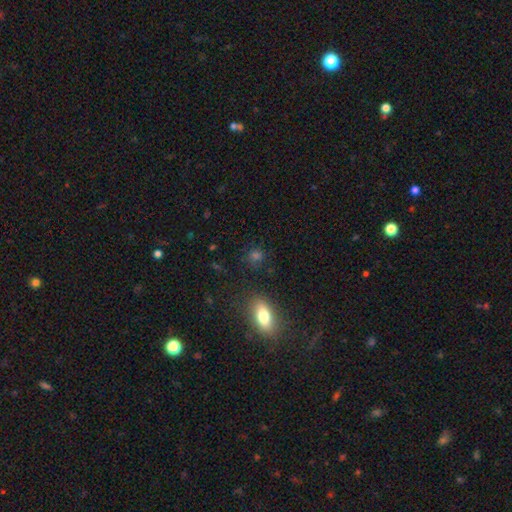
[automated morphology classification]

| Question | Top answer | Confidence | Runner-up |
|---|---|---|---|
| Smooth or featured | smooth | 69% | star or artifact (21%) |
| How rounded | round | 64% | in between (31%) |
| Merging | none | 80% | minor disturbance (12%) |